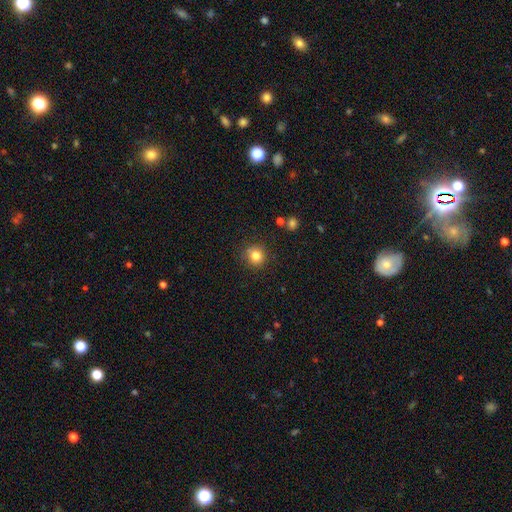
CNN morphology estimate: smooth 82%, star or artifact 12%, featured or disk 6%. Down the decision tree: how rounded — round (90%); merging — none (87%).